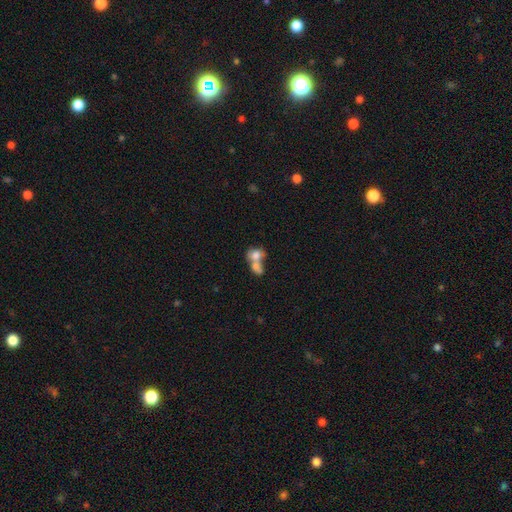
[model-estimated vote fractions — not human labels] smooth_or_featured: smooth (p=0.68) [alt: featured or disk p=0.23]
how_rounded: in between (p=0.58) [alt: round p=0.40]
merging: merger (p=0.73) [alt: none p=0.15]